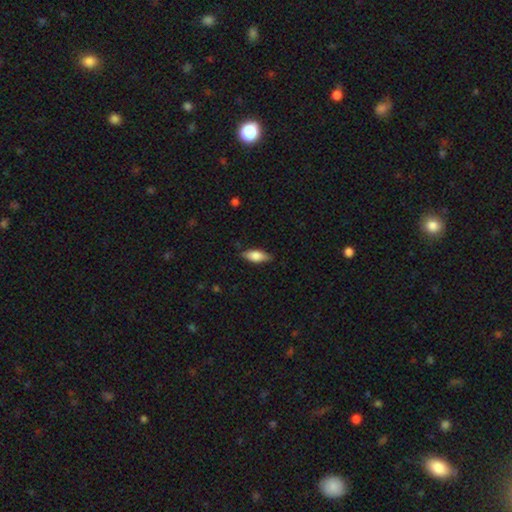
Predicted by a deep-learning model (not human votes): smooth-or-featured: smooth: 77% | featured or disk: 17% | star or artifact: 6%
  how-rounded: in between: 78% | cigar-shaped: 20% | round: 3%
  merging: none: 81% | minor disturbance: 15% | major disturbance: 3% | merger: 1%